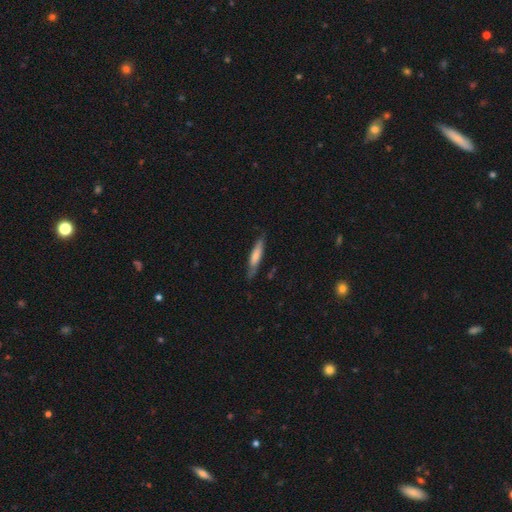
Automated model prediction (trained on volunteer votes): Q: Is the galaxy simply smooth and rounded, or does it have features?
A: smooth — 67%.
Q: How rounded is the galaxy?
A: cigar-shaped — 82%.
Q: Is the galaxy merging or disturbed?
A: none — 74%.